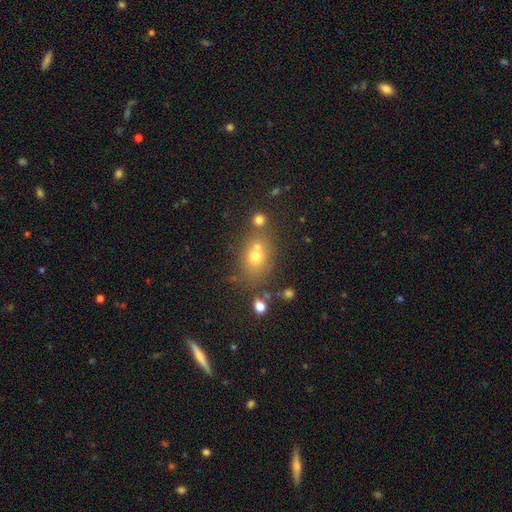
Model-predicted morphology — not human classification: Smooth or featured: smooth — 65% (star or artifact — 18%)
How rounded: in between — 52% (round — 46%)
Merging: none — 53% (merger — 29%)